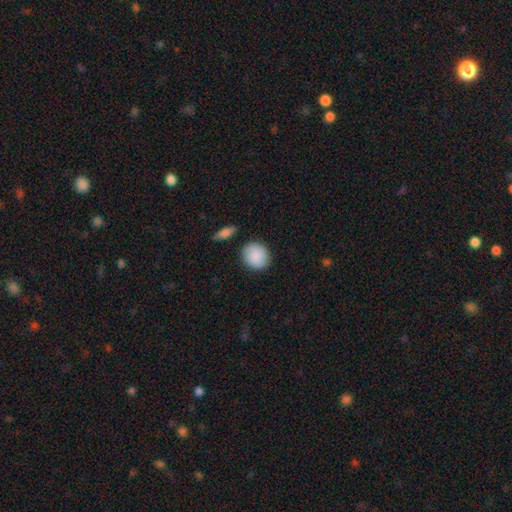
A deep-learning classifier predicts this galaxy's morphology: This appears to be a smooth galaxy with no disk features (88%) that is round (74%). Merging: none (85%).